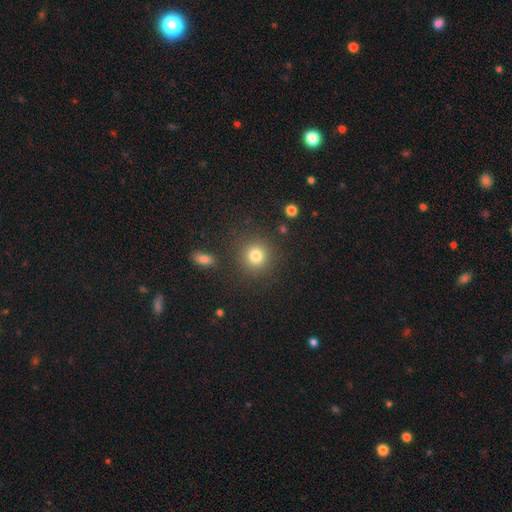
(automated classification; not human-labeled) Smooth or featured? Predicted: smooth (p=0.80). How rounded? Predicted: round (p=0.91). Merging? Predicted: none (p=0.86).